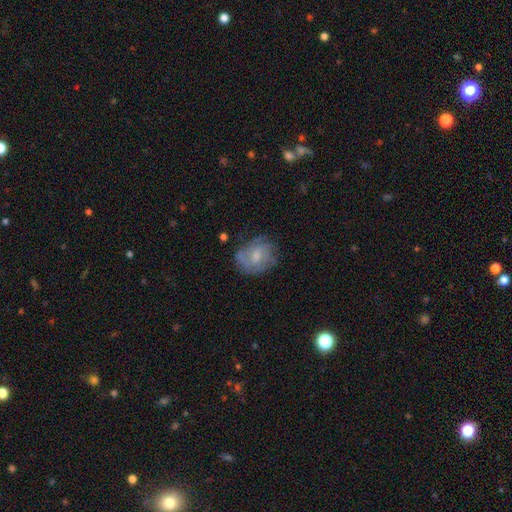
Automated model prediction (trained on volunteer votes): Smooth or featured? Predicted: featured or disk (p=0.53). Edge-on disk? Predicted: no (p=0.97). Bar? Predicted: no (p=0.56). Spiral arms? Predicted: yes (p=0.71). Bulge size? Predicted: moderate (p=0.45). Merging? Predicted: none (p=0.62).